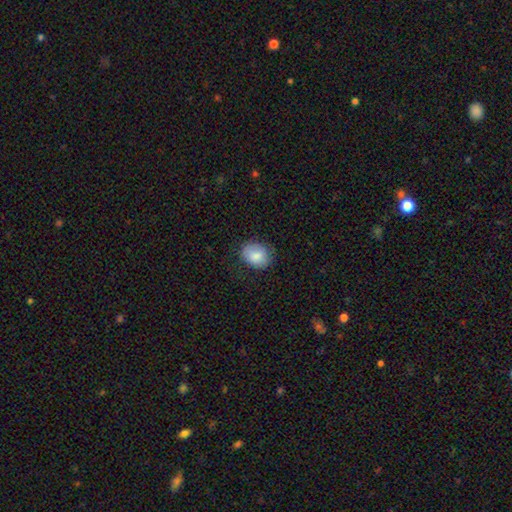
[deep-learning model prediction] A smooth galaxy with no disk features (82%) that is in between round and cigar-shaped (53%). Merging: none (70%).